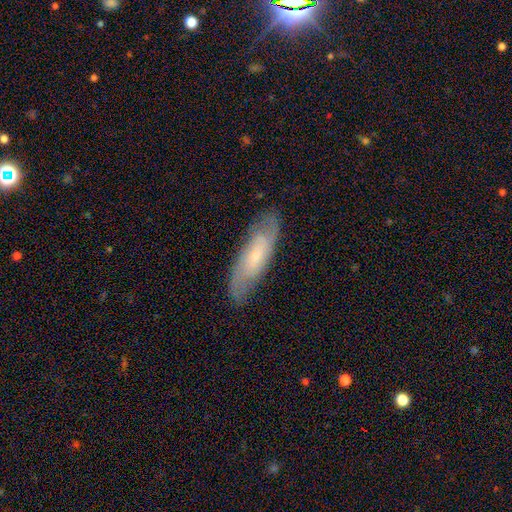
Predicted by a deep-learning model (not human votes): smooth_or_featured: featured or disk (p=0.62) [alt: smooth p=0.31]
disk_edge_on: no (p=0.79) [alt: yes p=0.21]
merging: none (p=0.80) [alt: minor disturbance p=0.15]